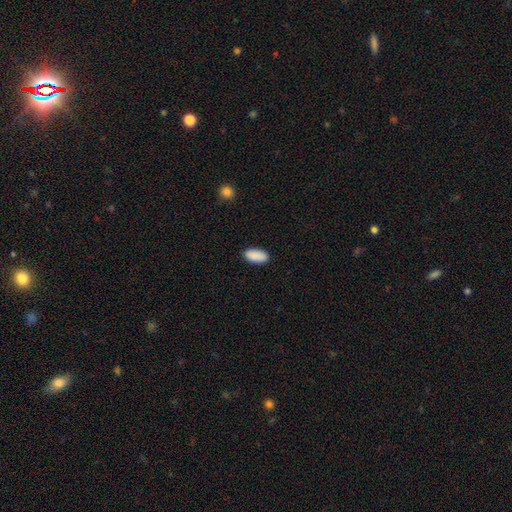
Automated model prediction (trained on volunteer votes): Smooth or featured? Predicted: smooth (p=0.91). How rounded? Predicted: in between (p=0.93). Merging? Predicted: none (p=0.89).